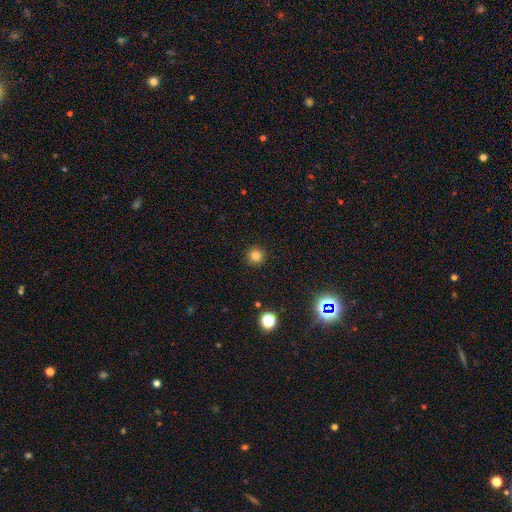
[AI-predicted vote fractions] Overall: smooth (82%). How rounded: round (95%). Merging: none (93%).